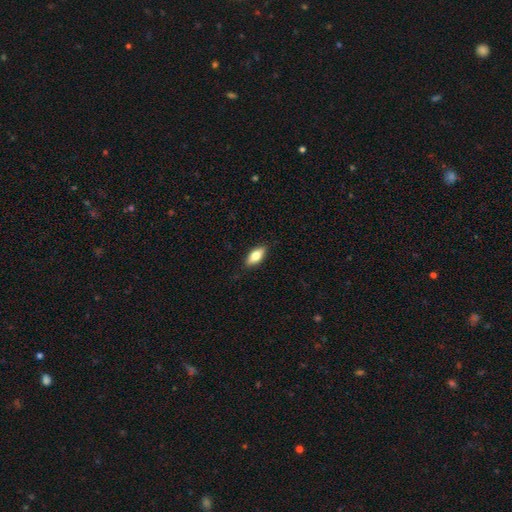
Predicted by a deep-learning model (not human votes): Morphology: type=smooth (71%); roundness=in between (80%); merging=none (87%).